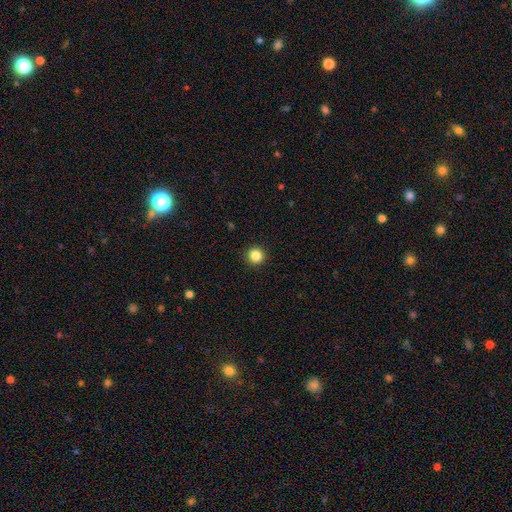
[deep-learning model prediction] smooth-or-featured: smooth: 85% | star or artifact: 11% | featured or disk: 4%
  how-rounded: round: 95% | in between: 4% | cigar-shaped: 1%
  merging: none: 93% | minor disturbance: 5% | major disturbance: 2% | merger: 1%